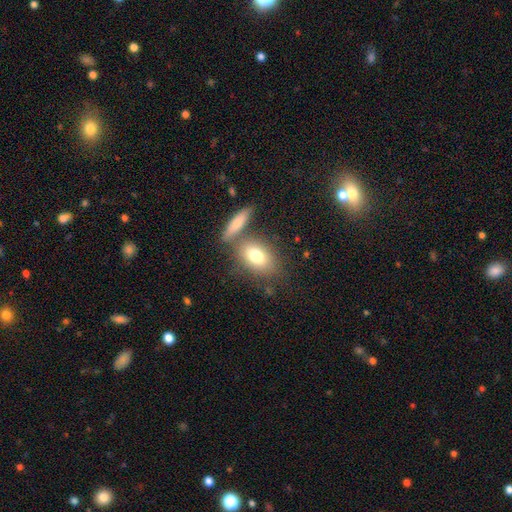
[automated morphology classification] Smooth or featured? smooth (76%)
How rounded? in between (80%)
Merging? none (59%)